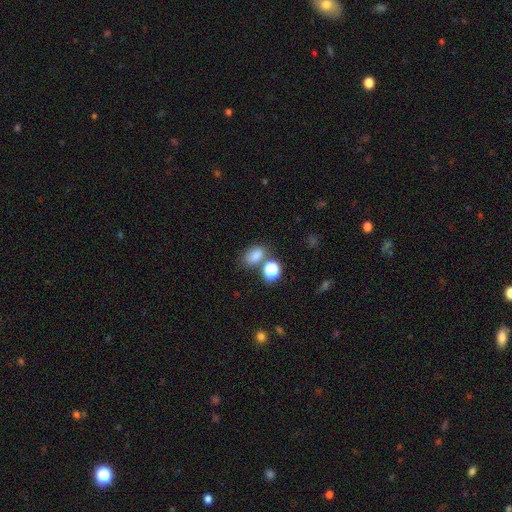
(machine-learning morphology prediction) This is likely a smooth galaxy (77%). How rounded: likely in between (77%). Merging: likely none (62%).